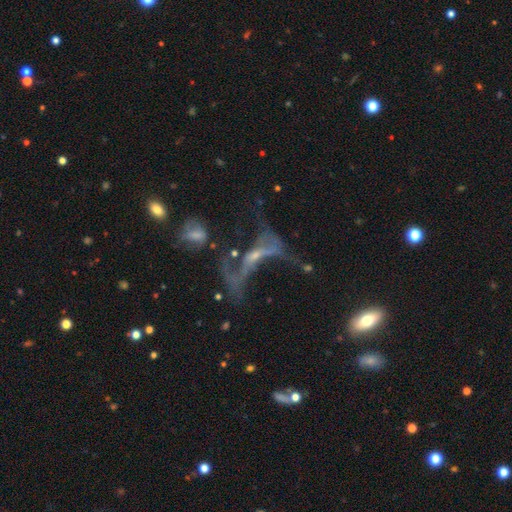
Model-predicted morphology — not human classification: A featured or disk galaxy (66%) with no bar (56%), spiral arms (51%) and a small central bulge (50%).

Vote fractions:
- Smooth or featured? featured or disk: 66% / star or artifact: 19% / smooth: 15%
- Edge-on disk? no: 87% / yes: 13%
- Bar? no: 56% / weak: 27% / strong: 16%
- Spiral arms? yes: 51% / no: 49%
- Bulge size? small: 50% / none: 28% / moderate: 19% / large: 2% / dominant: 2%
- Merging? major disturbance: 40% / none: 24% / merger: 24% / minor disturbance: 11%